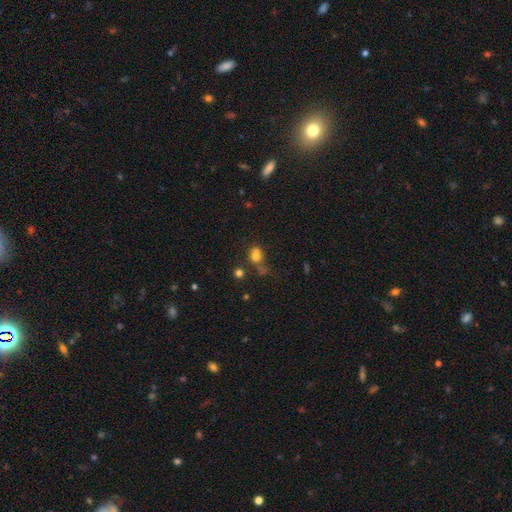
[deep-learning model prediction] This appears to be a smooth galaxy with no disk features (71%) that is round (54%). Merging: none (40%).